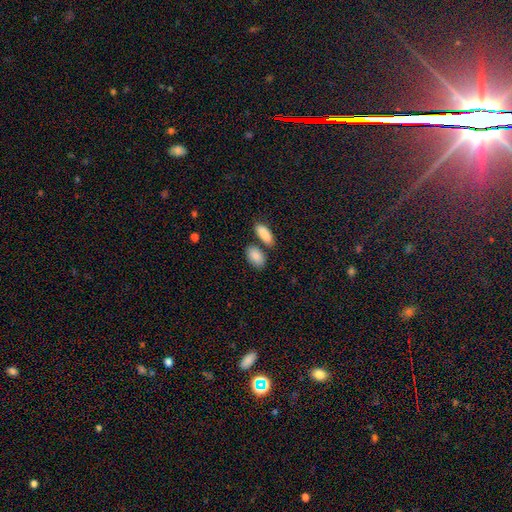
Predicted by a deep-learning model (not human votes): A smooth galaxy with no disk features (89%) that is in between round and cigar-shaped (91%).

Vote fractions:
- Smooth or featured? smooth: 89% / star or artifact: 6% / featured or disk: 5%
- How rounded? in between: 91% / round: 6% / cigar-shaped: 3%
- Merging? none: 65% / merger: 20% / minor disturbance: 12% / major disturbance: 3%